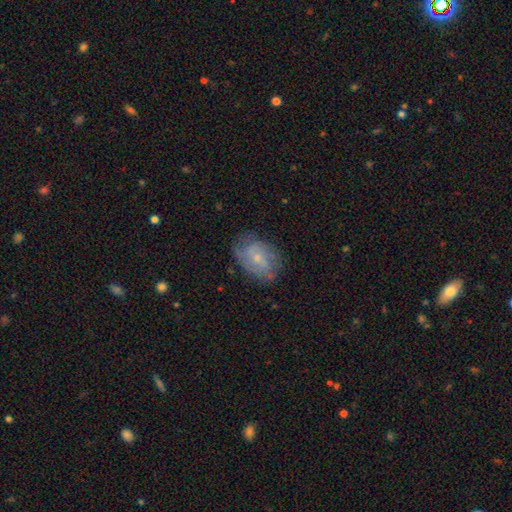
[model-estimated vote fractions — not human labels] Q: Smooth or featured?
A: featured or disk (57%); runner-up: smooth (35%)
Q: Edge-on disk?
A: no (97%); runner-up: yes (3%)
Q: Bar?
A: no (70%); runner-up: weak (26%)
Q: Spiral arms?
A: yes (80%); runner-up: no (20%)
Q: Bulge size?
A: small (63%); runner-up: moderate (28%)
Q: Merging?
A: none (69%); runner-up: minor disturbance (22%)